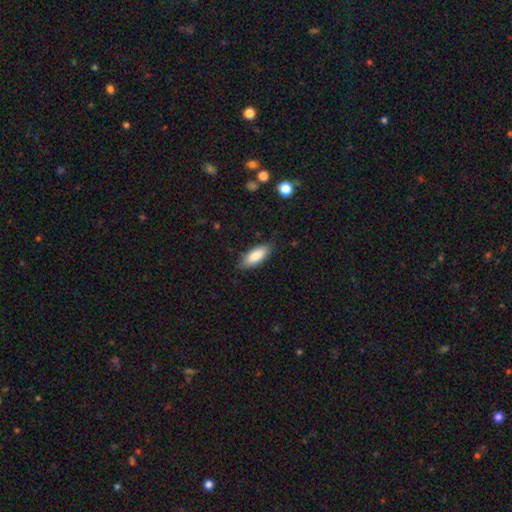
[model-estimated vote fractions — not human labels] Smooth or featured? smooth (86%)
How rounded? in between (80%)
Merging? none (83%)